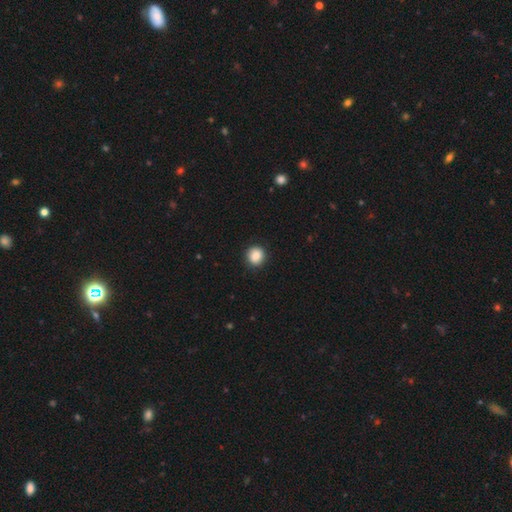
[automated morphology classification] A smooth galaxy with no disk features (87%) that is round (88%). Merging: none (90%).